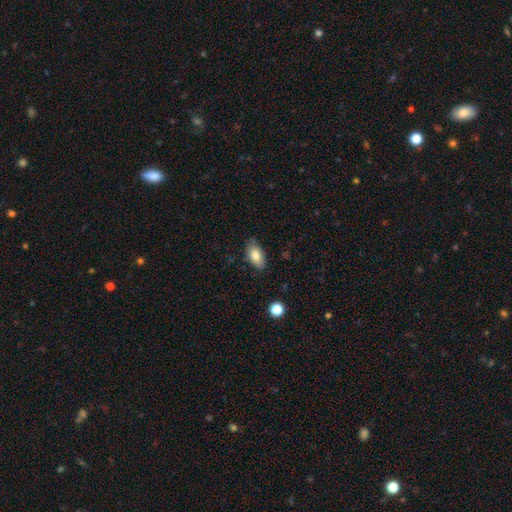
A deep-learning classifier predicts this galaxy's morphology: smooth 79%, featured or disk 14%, star or artifact 7%. Down the decision tree: how rounded — in between (92%); merging — none (77%).